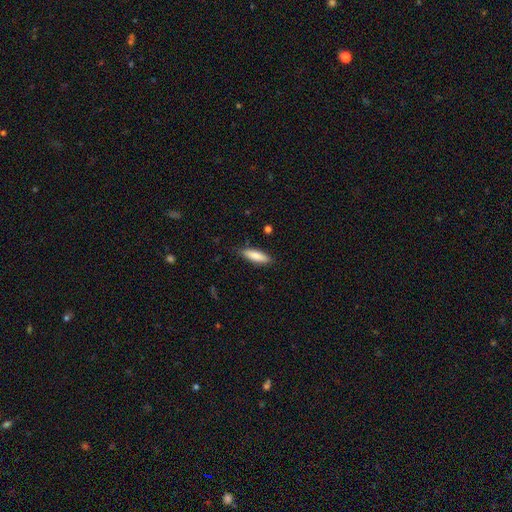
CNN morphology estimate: smooth 81%, featured or disk 14%, star or artifact 6%. Down the decision tree: how rounded — cigar-shaped (56%); merging — none (84%).